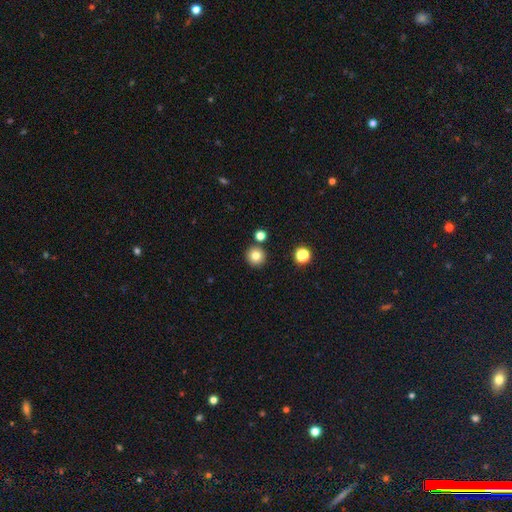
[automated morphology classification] Overall: smooth (80%). How rounded: round (95%). Merging: none (87%).